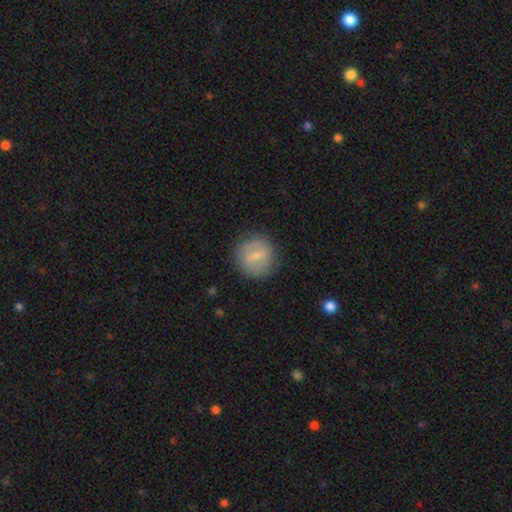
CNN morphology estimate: A smooth galaxy with no disk features (63%) that is round (88%). Merging: none (81%).